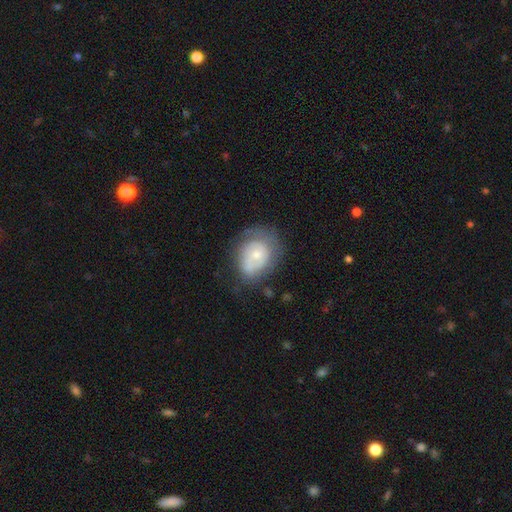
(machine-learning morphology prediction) A featured or disk galaxy (49%). Merging: none (54%).